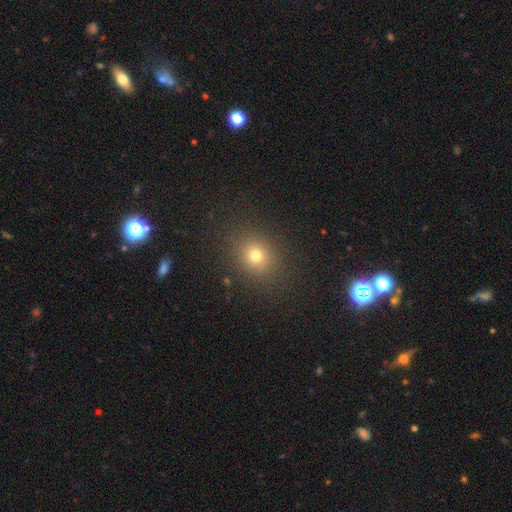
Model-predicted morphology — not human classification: smooth-or-featured: smooth: 74% | star or artifact: 18% | featured or disk: 8%
  how-rounded: round: 69% | in between: 30% | cigar-shaped: 1%
  merging: none: 87% | minor disturbance: 8% | major disturbance: 4% | merger: 1%